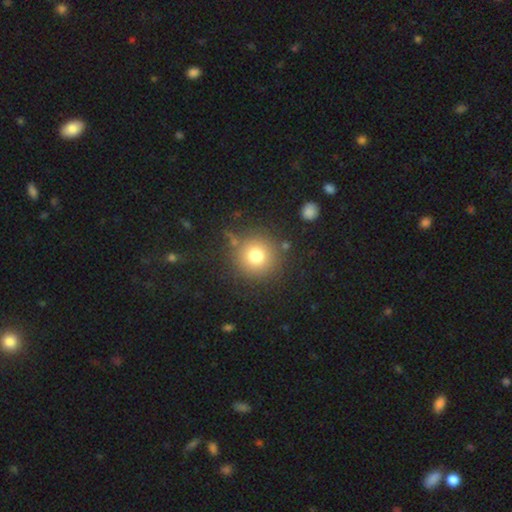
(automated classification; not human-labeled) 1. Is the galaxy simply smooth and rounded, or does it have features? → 76% smooth, 14% star or artifact, 10% featured or disk.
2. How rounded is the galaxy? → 94% round, 5% in between, 1% cigar-shaped.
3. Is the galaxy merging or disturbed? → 83% none, 9% minor disturbance, 4% major disturbance, 4% merger.